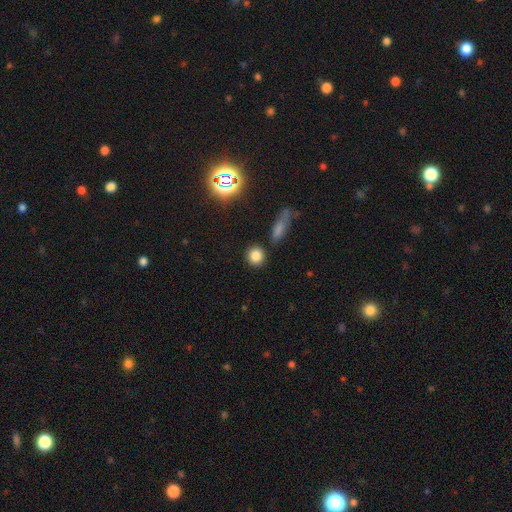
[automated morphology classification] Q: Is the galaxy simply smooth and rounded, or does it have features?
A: smooth — 82%.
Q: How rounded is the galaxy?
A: round — 87%.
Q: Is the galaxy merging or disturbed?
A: none — 84%.